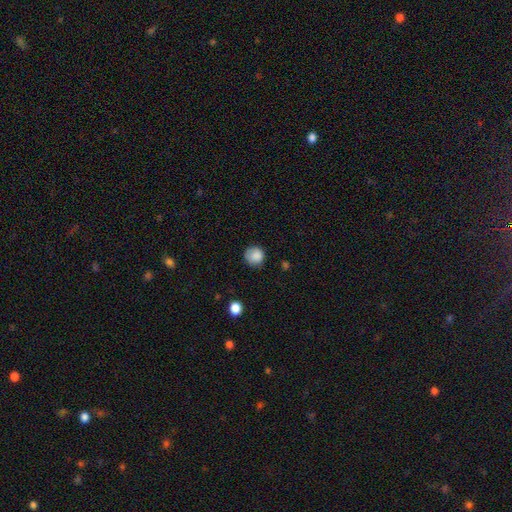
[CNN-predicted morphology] smooth-or-featured: smooth: 85% | star or artifact: 9% | featured or disk: 6%
  how-rounded: round: 90% | in between: 9% | cigar-shaped: 1%
  merging: none: 75% | minor disturbance: 19% | major disturbance: 4% | merger: 1%